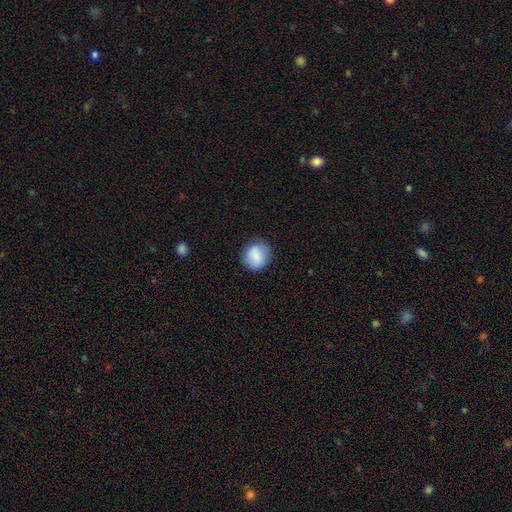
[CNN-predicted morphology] Q: Smooth or featured?
A: smooth (85%); runner-up: featured or disk (8%)
Q: How rounded?
A: round (82%); runner-up: in between (17%)
Q: Merging?
A: none (79%); runner-up: minor disturbance (15%)